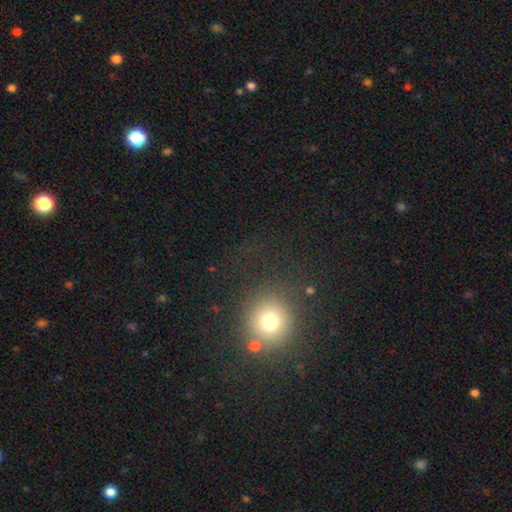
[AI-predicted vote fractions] This appears to be a smooth galaxy with no disk features (64%) that is round (91%). Merging: none (79%).